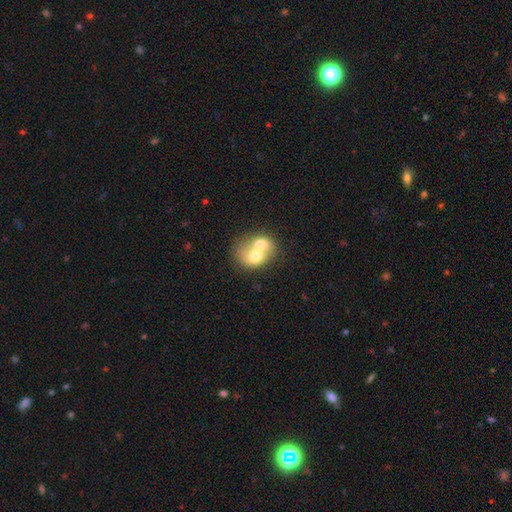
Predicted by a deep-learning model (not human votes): Smooth or featured: smooth — 63% (featured or disk — 29%)
How rounded: round — 53% (in between — 46%)
Merging: merger — 78% (none — 14%)